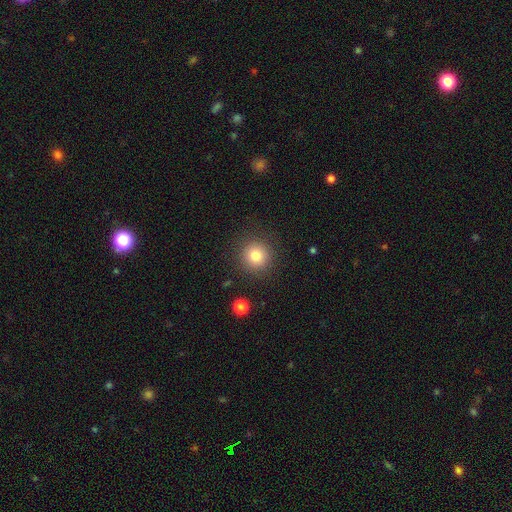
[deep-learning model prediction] smooth_or_featured: smooth (p=0.80) [alt: star or artifact p=0.12]
how_rounded: round (p=0.94) [alt: in between p=0.05]
merging: none (p=0.89) [alt: minor disturbance p=0.07]